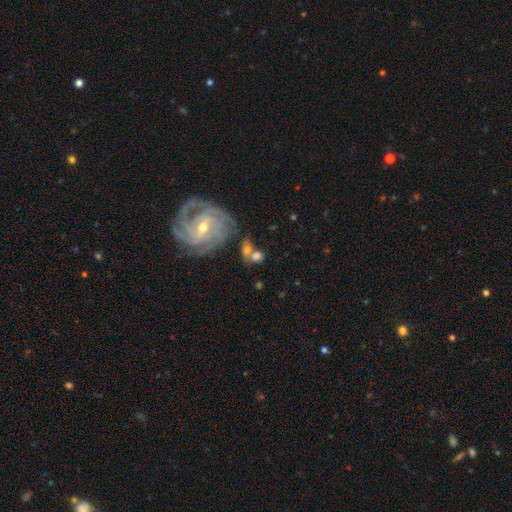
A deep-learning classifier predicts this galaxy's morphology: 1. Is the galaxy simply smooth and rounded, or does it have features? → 53% smooth, 37% featured or disk, 10% star or artifact.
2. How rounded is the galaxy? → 51% round, 46% in between, 3% cigar-shaped.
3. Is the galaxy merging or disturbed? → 48% none, 30% merger, 14% minor disturbance, 8% major disturbance.